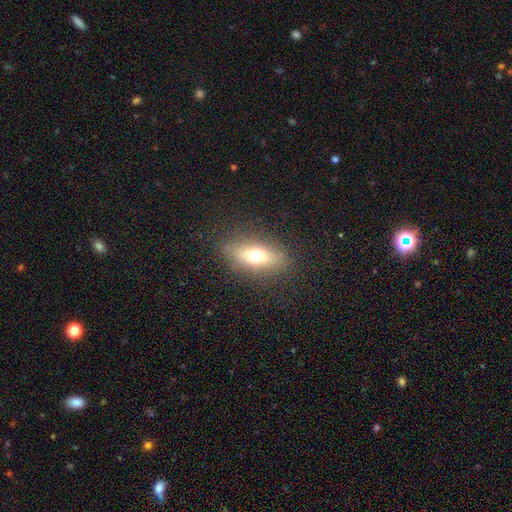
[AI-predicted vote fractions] A smooth galaxy with no disk features (64%) that is in between round and cigar-shaped (73%).

Vote fractions:
- Smooth or featured? smooth: 64% / featured or disk: 24% / star or artifact: 11%
- How rounded? in between: 73% / cigar-shaped: 15% / round: 12%
- Merging? none: 84% / minor disturbance: 11% / major disturbance: 4% / merger: 1%